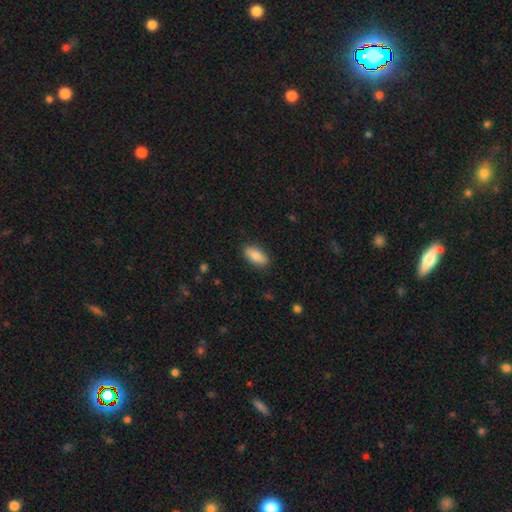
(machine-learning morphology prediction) The model was most divided on "smooth or featured": smooth: 85%, featured or disk: 8%, star or artifact: 6%. More confident: how rounded — in between (89%); merging — none (88%).